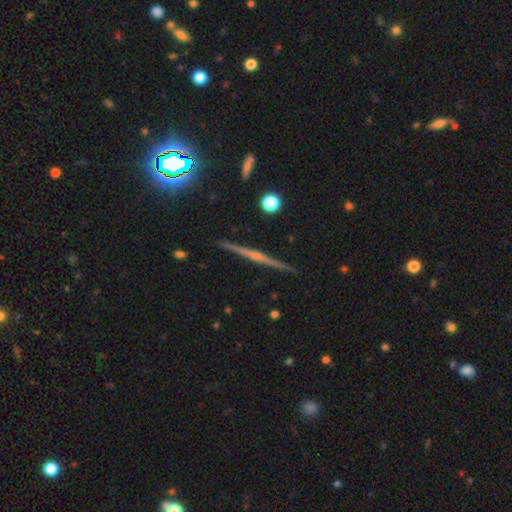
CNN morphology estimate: type=featured or disk (75%); edge-on=yes (98%); edge-on bulge=rounded (60%); merging=none (91%).